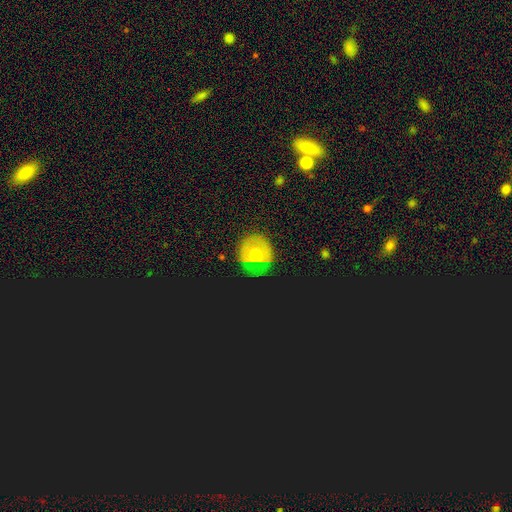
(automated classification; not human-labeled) Smooth or featured: smooth — 43% (featured or disk — 37%)
Merging: none — 58% (minor disturbance — 23%)